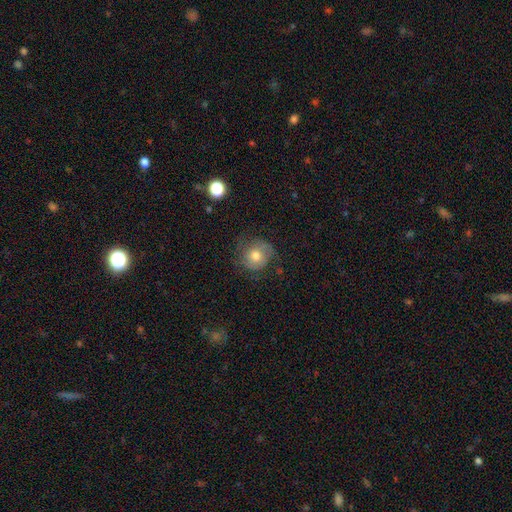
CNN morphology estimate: Smooth or featured: smooth — 56% (featured or disk — 35%)
How rounded: round — 85% (in between — 14%)
Merging: none — 63% (minor disturbance — 23%)